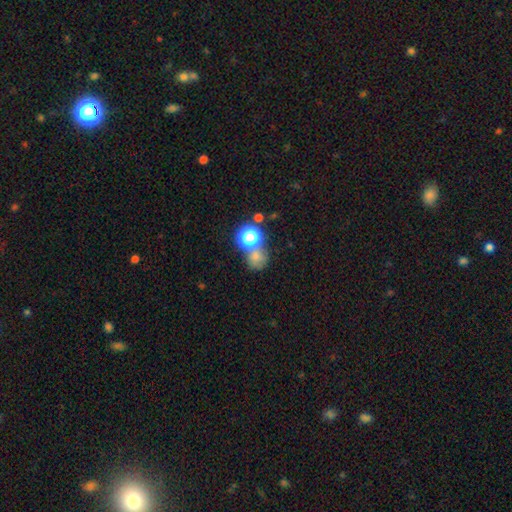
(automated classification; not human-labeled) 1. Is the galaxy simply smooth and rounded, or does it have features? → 57% smooth, 32% star or artifact, 11% featured or disk.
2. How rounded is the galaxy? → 79% round, 20% in between, 1% cigar-shaped.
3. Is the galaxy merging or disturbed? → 54% none, 31% merger, 10% minor disturbance, 6% major disturbance.